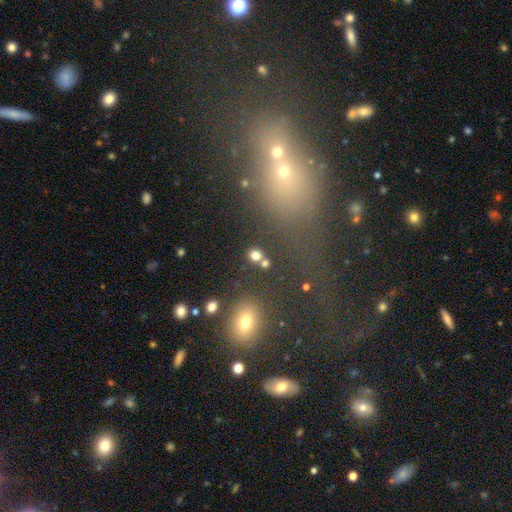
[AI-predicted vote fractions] Overall: smooth (77%). How rounded: round (66%; in between 32%). Merging: none (70%).